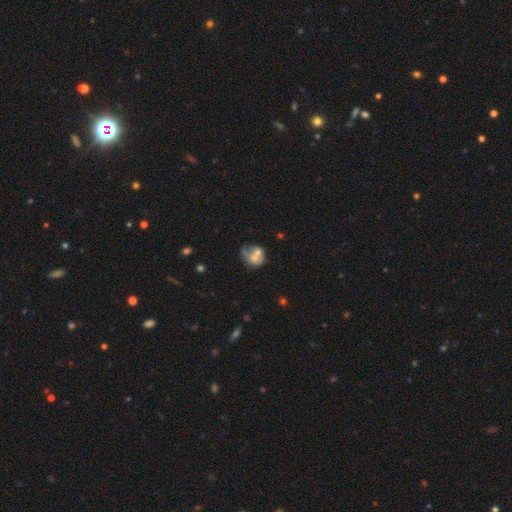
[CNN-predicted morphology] Q: Smooth or featured?
A: smooth (51%); runner-up: featured or disk (38%)
Q: How rounded?
A: round (51%); runner-up: in between (48%)
Q: Merging?
A: merger (44%); runner-up: none (23%)